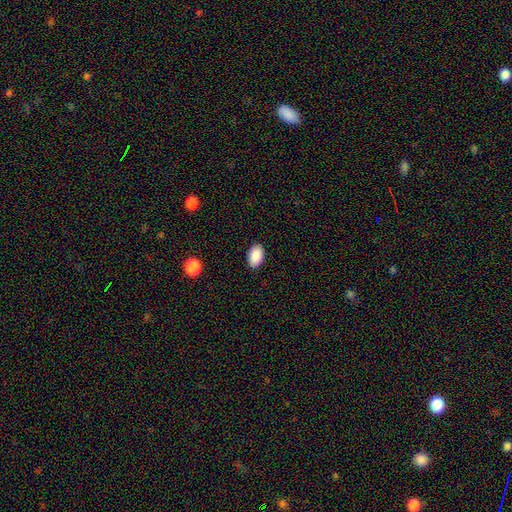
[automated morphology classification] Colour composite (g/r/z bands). It shows a smooth galaxy with no disk features (90%) that is in between round and cigar-shaped (93%). Merging: none (89%).